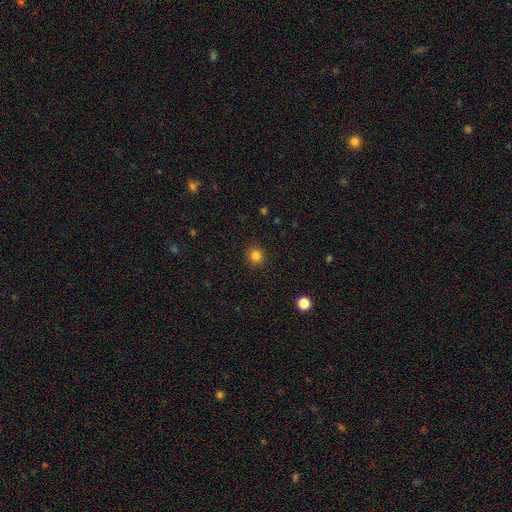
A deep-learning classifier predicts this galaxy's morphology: Smooth or featured: smooth — 83% (star or artifact — 13%)
How rounded: round — 91% (in between — 8%)
Merging: none — 92% (minor disturbance — 5%)